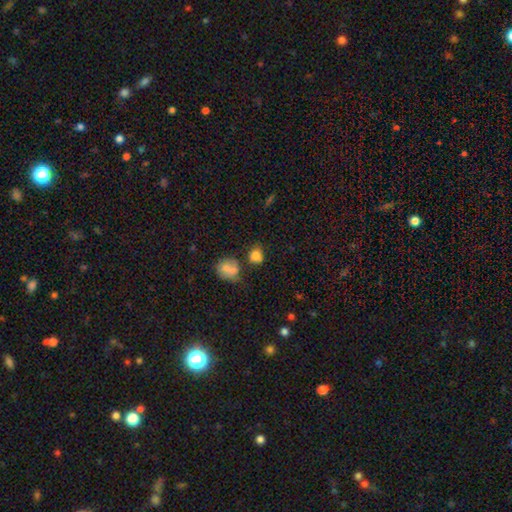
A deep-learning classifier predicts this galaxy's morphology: Q: Smooth or featured?
A: smooth (81%); runner-up: star or artifact (12%)
Q: How rounded?
A: round (60%); runner-up: in between (39%)
Q: Merging?
A: none (56%); runner-up: merger (20%)